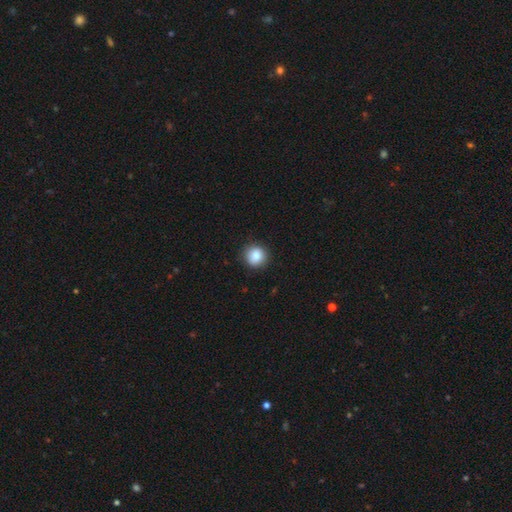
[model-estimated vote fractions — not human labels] Smooth or featured? Predicted: smooth (p=0.86). How rounded? Predicted: round (p=0.90). Merging? Predicted: none (p=0.90).